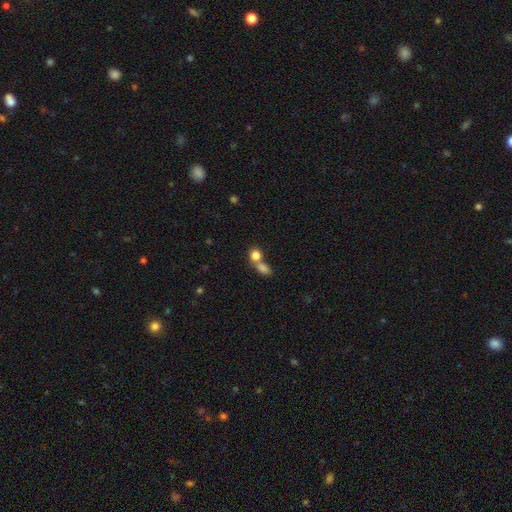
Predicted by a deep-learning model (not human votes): Q: Smooth or featured?
A: smooth (82%); runner-up: star or artifact (10%)
Q: How rounded?
A: round (60%); runner-up: in between (38%)
Q: Merging?
A: merger (57%); runner-up: none (33%)